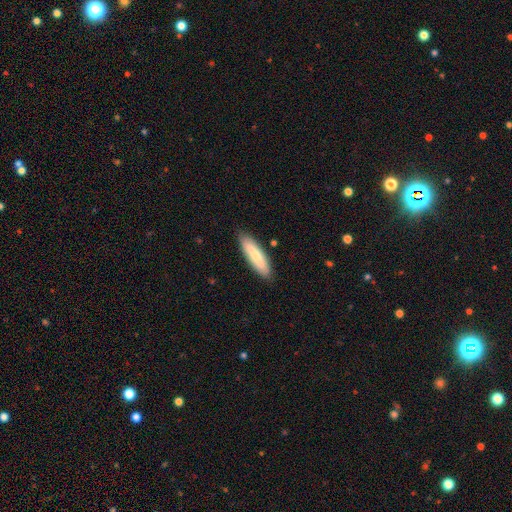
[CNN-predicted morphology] Overall: smooth (71%). How rounded: cigar-shaped (67%; in between 32%). Merging: none (86%).